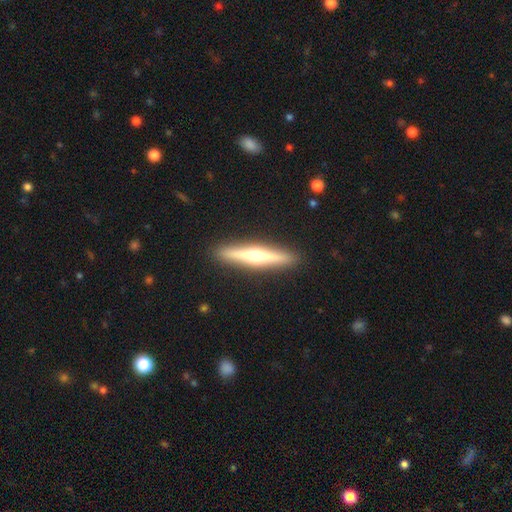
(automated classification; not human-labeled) Smooth or featured? Predicted: featured or disk (p=0.66). Edge-on disk? Predicted: yes (p=0.97). Edge-on bulge? Predicted: rounded (p=0.90). Merging? Predicted: none (p=0.92).